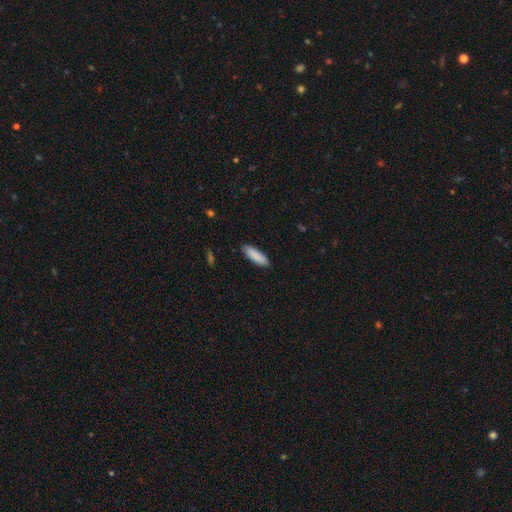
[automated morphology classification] The model was most divided on "how rounded" (2-way tie): cigar-shaped: 49%, in between: 49%, round: 1%. More confident: smooth or featured — smooth (89%); merging — none (88%).